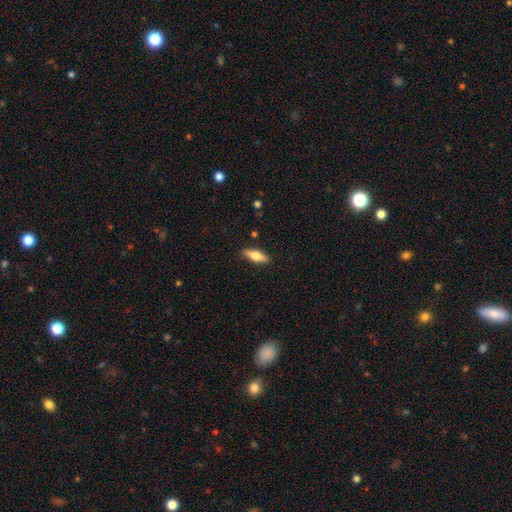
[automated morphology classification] Smooth or featured? smooth (59%)
How rounded? in between (53%)
Merging? none (88%)